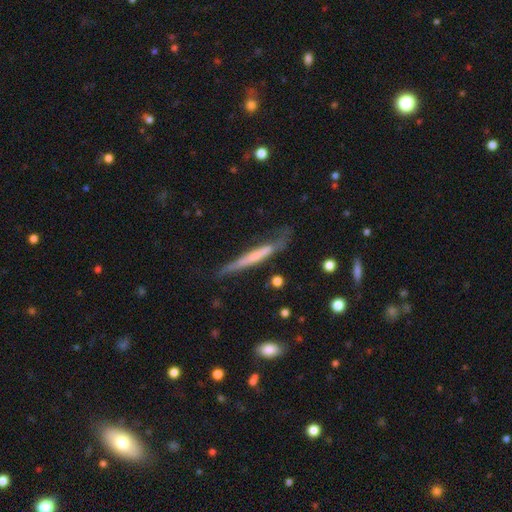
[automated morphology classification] smooth-or-featured: featured or disk: 51% | smooth: 43% | star or artifact: 6%
  disk-edge-on: yes: 89% | no: 11%
  merging: none: 57% | minor disturbance: 28% | major disturbance: 11% | merger: 3%